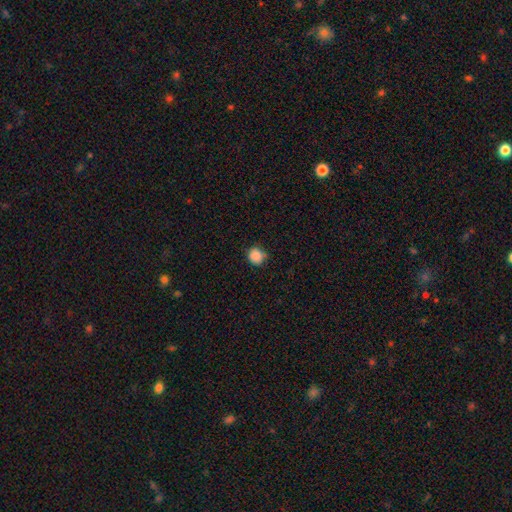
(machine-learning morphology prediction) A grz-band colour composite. It shows a smooth galaxy with no disk features (87%) that is round (88%). Merging: none (78%).